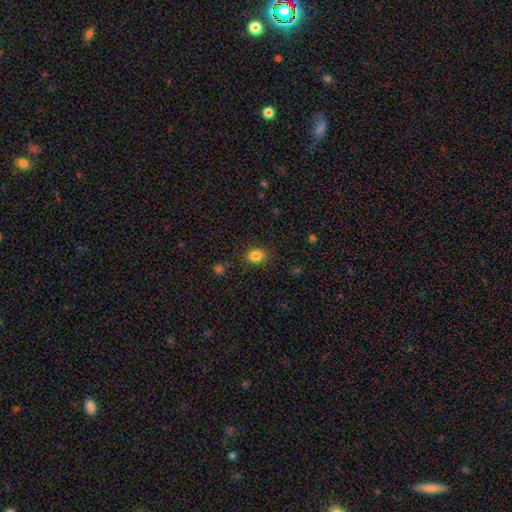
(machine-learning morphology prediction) Q: Smooth or featured?
A: smooth (84%); runner-up: star or artifact (11%)
Q: How rounded?
A: round (56%); runner-up: in between (43%)
Q: Merging?
A: none (85%); runner-up: minor disturbance (11%)